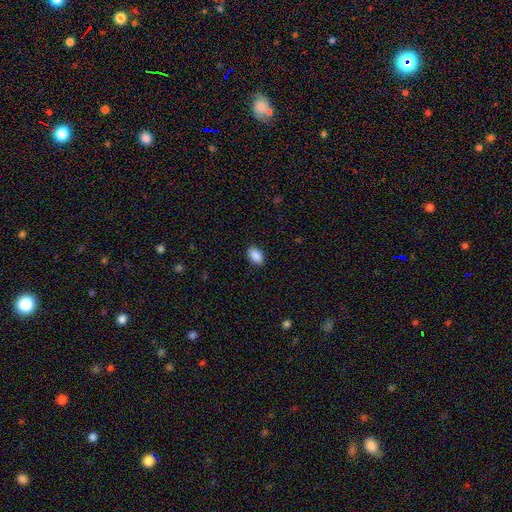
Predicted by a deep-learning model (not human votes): smooth_or_featured: smooth (p=0.90) [alt: star or artifact p=0.07]
how_rounded: in between (p=0.91) [alt: round p=0.08]
merging: none (p=0.88) [alt: minor disturbance p=0.08]